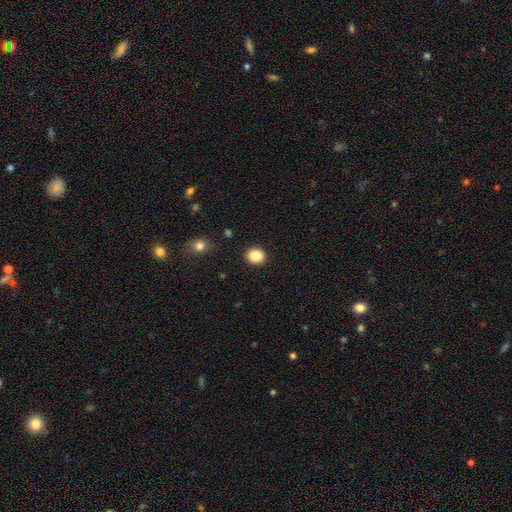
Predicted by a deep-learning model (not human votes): This appears to be a smooth galaxy with no disk features (86%) that is round (75%). Merging: none (91%).